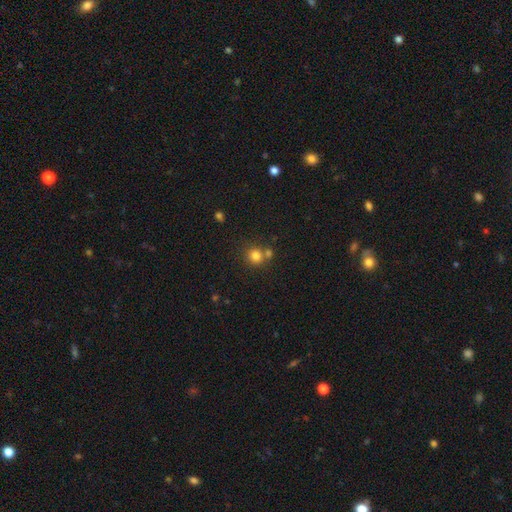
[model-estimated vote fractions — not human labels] The model was most divided on "merging": none: 62%, merger: 26%, minor disturbance: 8%, major disturbance: 3%. More confident: how rounded — round (88%); smooth or featured — smooth (80%).